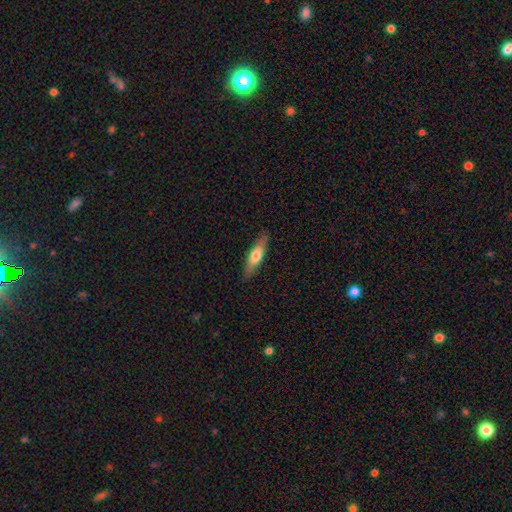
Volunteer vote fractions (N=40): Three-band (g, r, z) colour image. It shows a featured or disk galaxy (52%) viewed edge-on (86%) with a rounded central bulge (72%). Merging: none (82%).